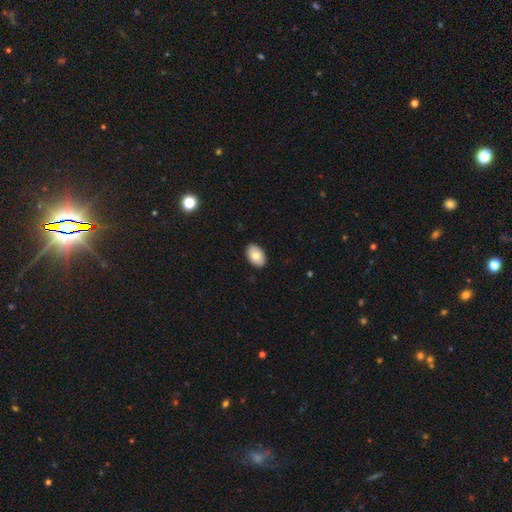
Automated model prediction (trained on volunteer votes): Q: Smooth or featured?
A: smooth (78%); runner-up: featured or disk (15%)
Q: How rounded?
A: in between (90%); runner-up: round (9%)
Q: Merging?
A: none (89%); runner-up: minor disturbance (9%)